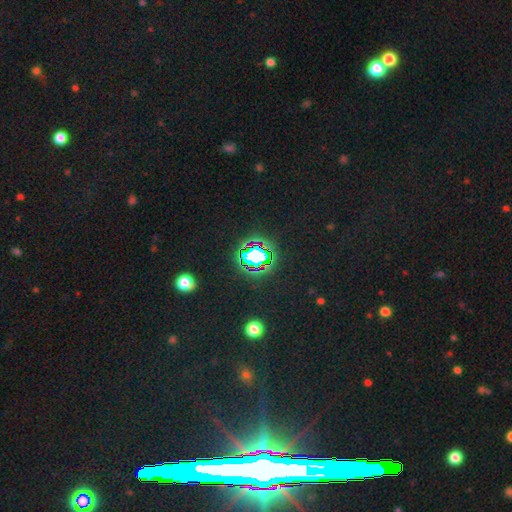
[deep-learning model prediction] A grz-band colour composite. It shows a star or artifact, not a galaxy (70%).